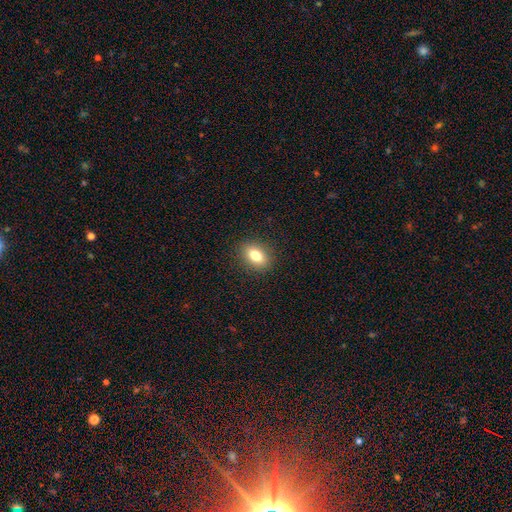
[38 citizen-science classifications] Q: Smooth or featured?
A: smooth (71%); runner-up: featured or disk (21%)
Q: How rounded?
A: in between (85%); runner-up: round (11%)
Q: Merging?
A: none (83%); runner-up: minor disturbance (11%)